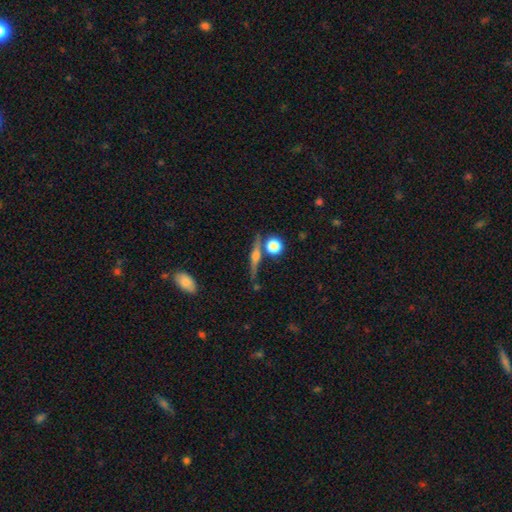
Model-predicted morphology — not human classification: smooth_or_featured: featured or disk (p=0.65) [alt: smooth p=0.24]
disk_edge_on: yes (p=0.94) [alt: no p=0.06]
edge_on_bulge: rounded (p=0.85) [alt: boxy p=0.09]
merging: none (p=0.76) [alt: minor disturbance p=0.12]